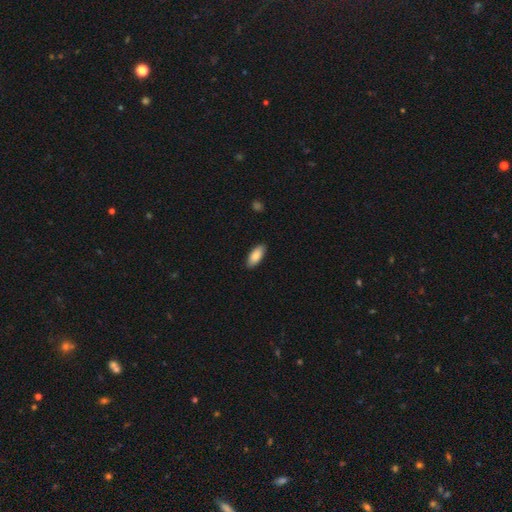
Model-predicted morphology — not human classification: smooth_or_featured: smooth (p=0.85) [alt: featured or disk p=0.09]
how_rounded: in between (p=0.87) [alt: cigar-shaped p=0.11]
merging: none (p=0.89) [alt: minor disturbance p=0.09]